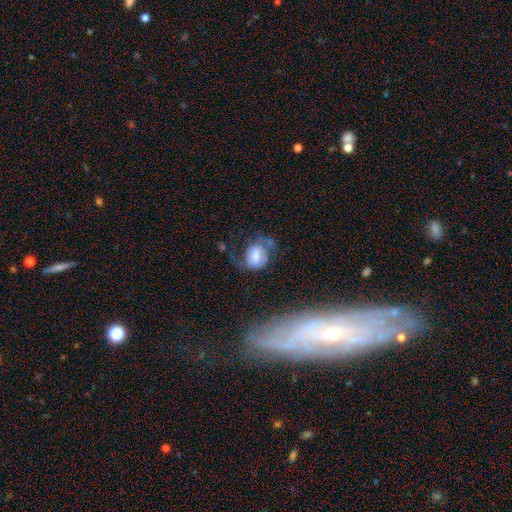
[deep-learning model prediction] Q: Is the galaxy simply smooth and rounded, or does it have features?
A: featured or disk — 49%.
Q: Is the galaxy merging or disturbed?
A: none — 40%.